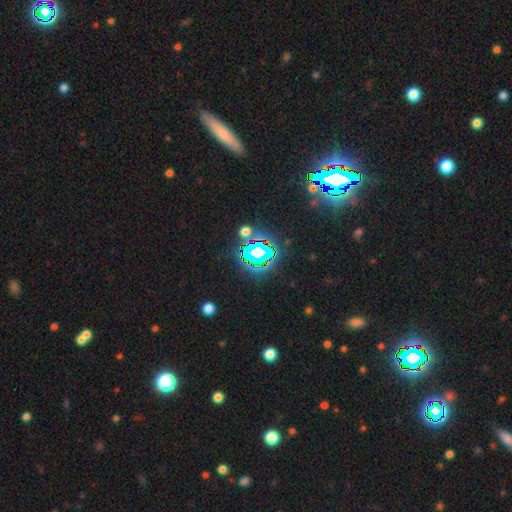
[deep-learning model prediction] Smooth or featured? star or artifact (71%)